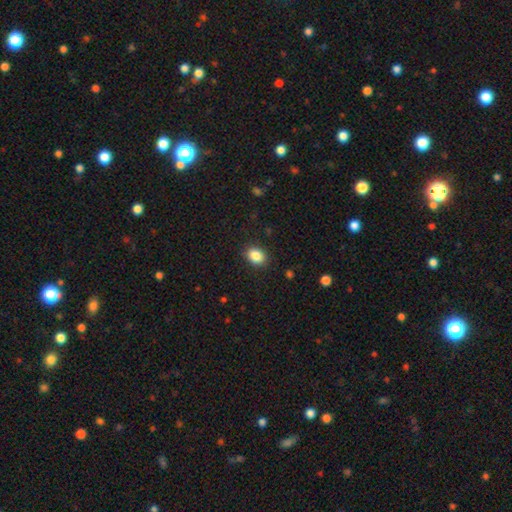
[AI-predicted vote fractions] Smooth or featured? Predicted: smooth (p=0.86). How rounded? Predicted: in between (p=0.64). Merging? Predicted: none (p=0.88).